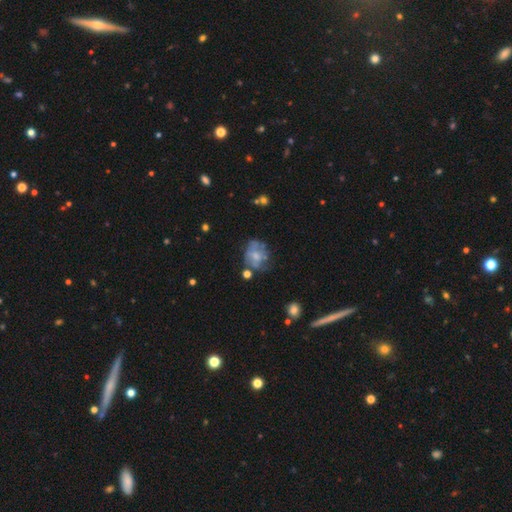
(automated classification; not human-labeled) A featured or disk galaxy (46%). Merging: none (45%).